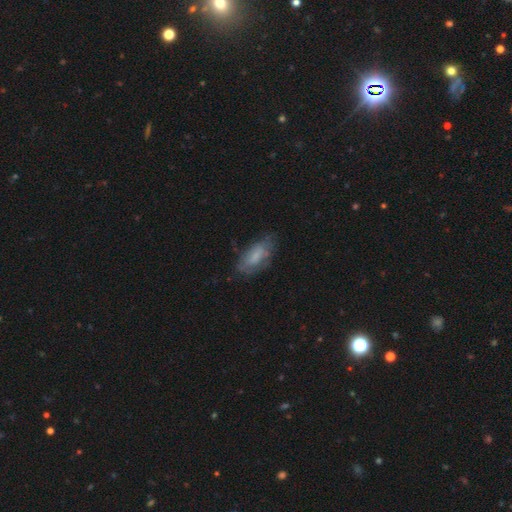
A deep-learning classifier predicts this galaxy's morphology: Q: Smooth or featured?
A: smooth (61%); runner-up: featured or disk (31%)
Q: How rounded?
A: in between (84%); runner-up: cigar-shaped (13%)
Q: Merging?
A: none (61%); runner-up: minor disturbance (26%)